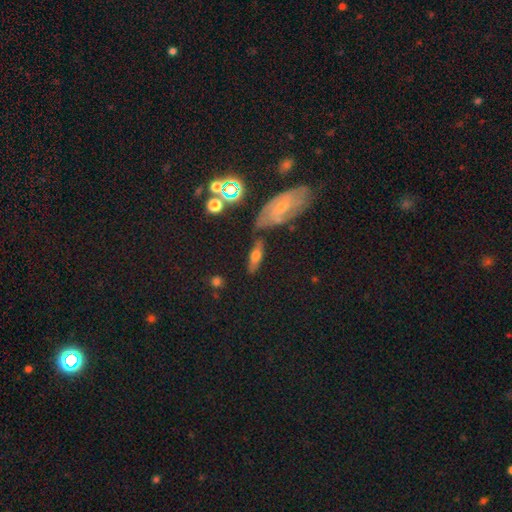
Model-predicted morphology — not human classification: smooth 47%, featured or disk 42%, star or artifact 11%. Down the decision tree: merging — none (63%).